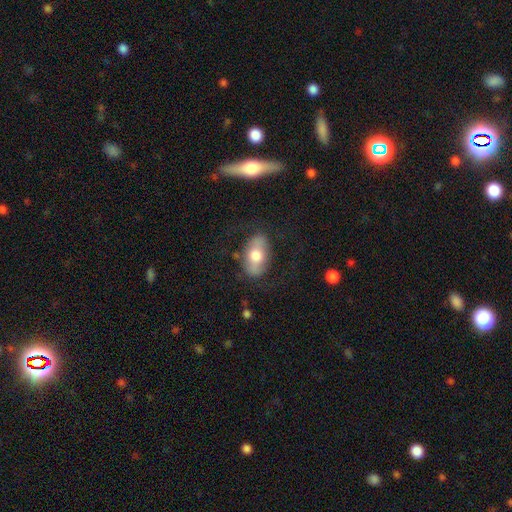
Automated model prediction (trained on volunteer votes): A smooth galaxy with no disk features (61%) that is in between round and cigar-shaped (90%). Merging: none (76%).